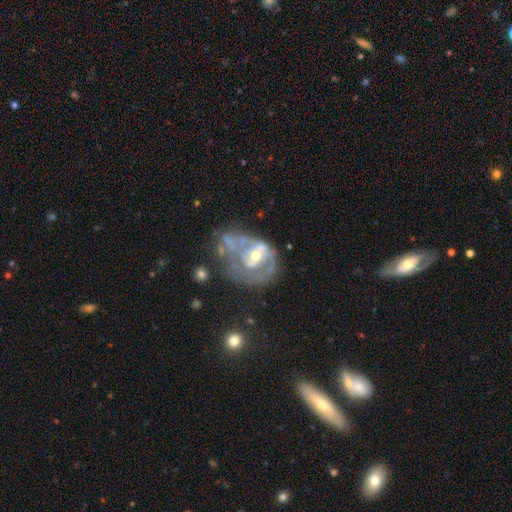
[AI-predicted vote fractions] The model was most divided on "merging": major disturbance: 38%, none: 28%, minor disturbance: 20%, merger: 13%. More confident: edge-on disk — no (97%); smooth or featured — featured or disk (78%); spiral arms — yes (64%); bulge size — moderate (58%); bar — no (55%).